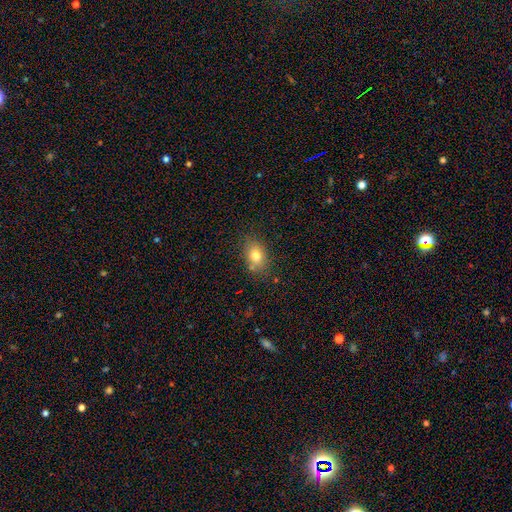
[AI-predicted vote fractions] This is likely a smooth galaxy (79%). How rounded: likely in between (73%). Merging: likely none (77%).